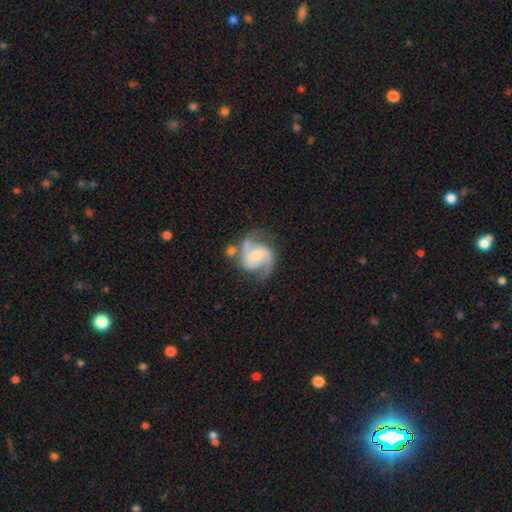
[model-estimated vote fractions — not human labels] The model was most divided on "bulge size": moderate: 53%, small: 40%, large: 4%, none: 3%, dominant: 1%. More confident: edge-on disk — no (98%); spiral arms — yes (97%); smooth or featured — featured or disk (88%); spiral arm count — 2 (82%); merging — none (66%); spiral winding — medium (58%); bar — no (56%).